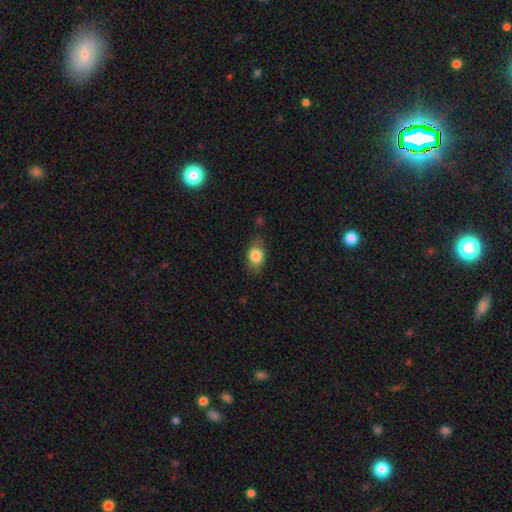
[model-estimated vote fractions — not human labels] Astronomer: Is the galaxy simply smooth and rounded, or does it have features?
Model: smooth — 80%.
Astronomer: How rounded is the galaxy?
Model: in between — 78%.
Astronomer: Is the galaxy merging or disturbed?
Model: none — 76%.